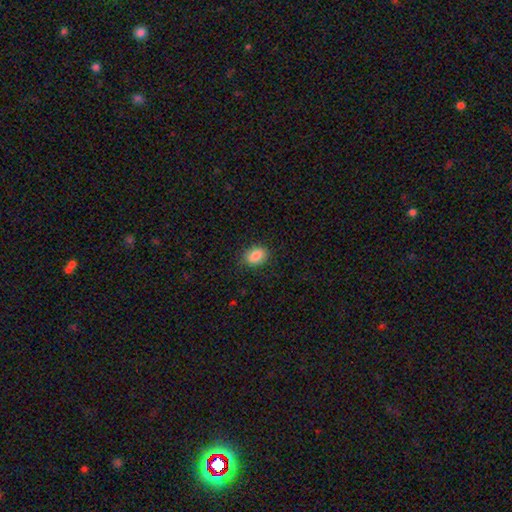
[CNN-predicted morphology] smooth-or-featured: smooth: 86% | star or artifact: 8% | featured or disk: 6%
  how-rounded: in between: 77% | round: 22% | cigar-shaped: 1%
  merging: none: 85% | minor disturbance: 11% | major disturbance: 3% | merger: 1%